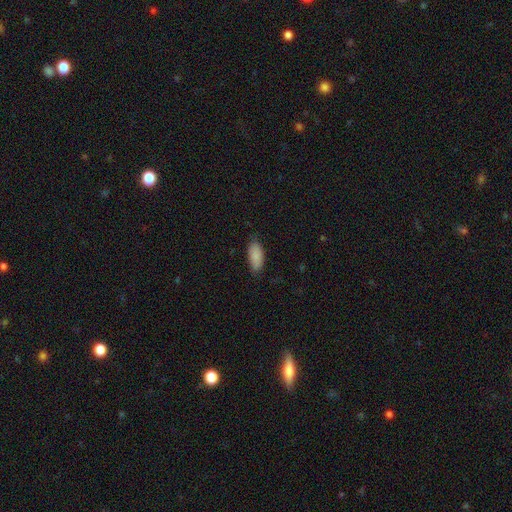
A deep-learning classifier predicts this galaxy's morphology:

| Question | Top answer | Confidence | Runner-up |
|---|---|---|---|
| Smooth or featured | smooth | 88% | star or artifact (6%) |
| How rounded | in between | 88% | cigar-shaped (10%) |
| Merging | none | 78% | minor disturbance (18%) |